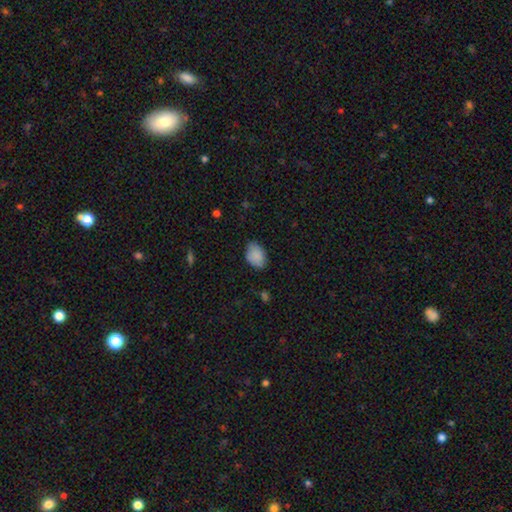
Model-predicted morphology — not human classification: Smooth or featured?
  - smooth: 86% *
  - star or artifact: 7%
  - featured or disk: 6%
How rounded?
  - in between: 79% *
  - round: 20%
  - cigar-shaped: 1%
Merging?
  - none: 70% *
  - minor disturbance: 24%
  - major disturbance: 4%
  - merger: 1%